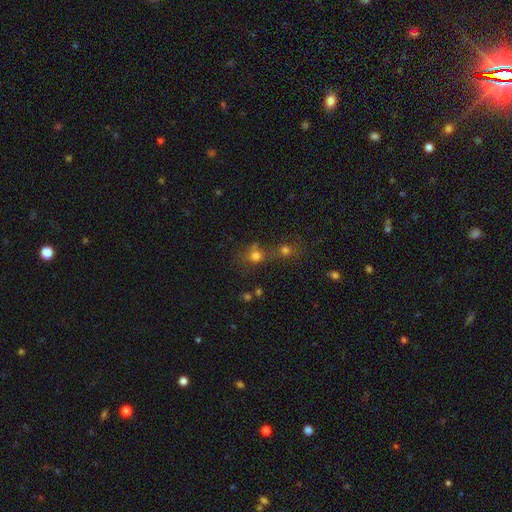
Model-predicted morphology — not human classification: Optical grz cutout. It shows a smooth galaxy with no disk features (70%) that is round (80%). Merging: merger (46%).